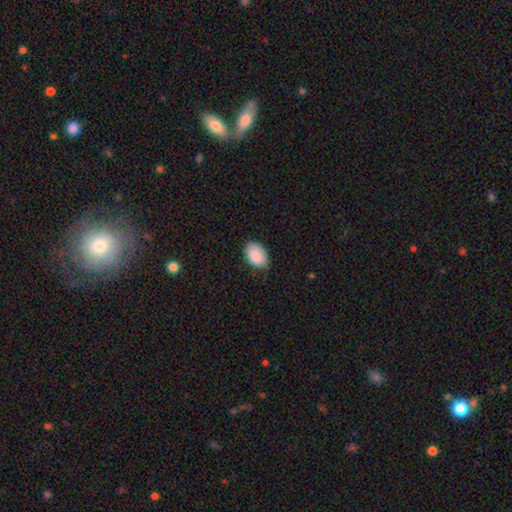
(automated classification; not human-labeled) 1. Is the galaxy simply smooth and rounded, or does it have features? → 90% smooth, 6% star or artifact, 4% featured or disk.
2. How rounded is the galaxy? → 89% in between, 10% round, 1% cigar-shaped.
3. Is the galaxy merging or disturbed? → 72% none, 24% minor disturbance, 3% major disturbance, 1% merger.